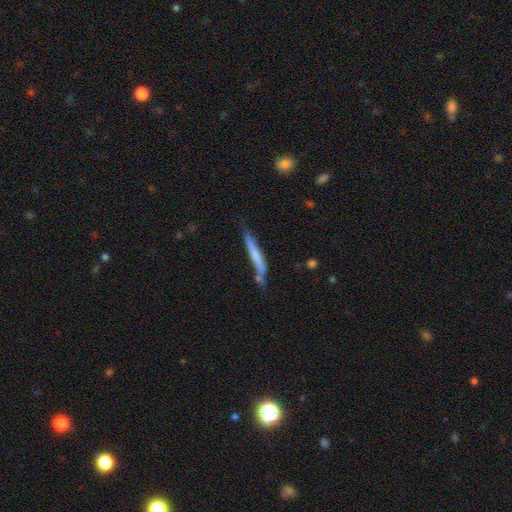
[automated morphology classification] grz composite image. It shows a smooth galaxy with no disk features (59%) that is cigar-shaped (95%). Merging: none (58%).